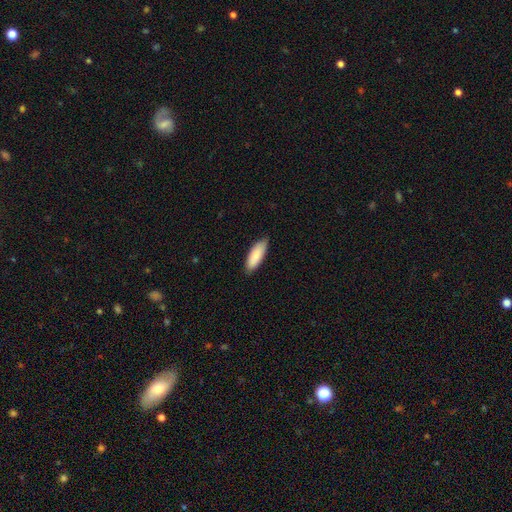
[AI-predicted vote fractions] Morphology: type=smooth (86%); roundness=in between (66%); merging=none (84%).